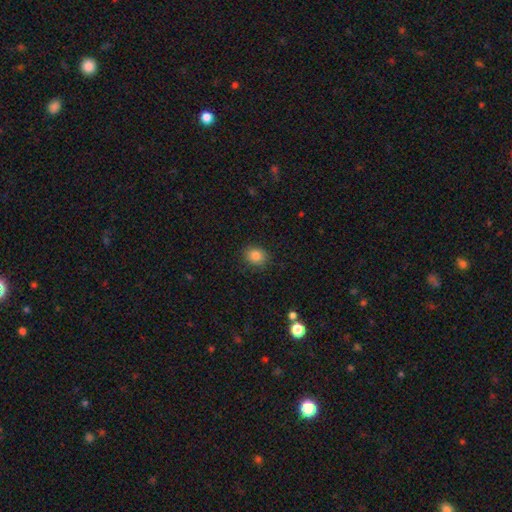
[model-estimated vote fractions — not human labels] A smooth galaxy with no disk features (84%) that is round (63%).

Vote fractions:
- Smooth or featured? smooth: 84% / star or artifact: 10% / featured or disk: 5%
- How rounded? round: 63% / in between: 36% / cigar-shaped: 1%
- Merging? none: 86% / minor disturbance: 10% / major disturbance: 3% / merger: 1%